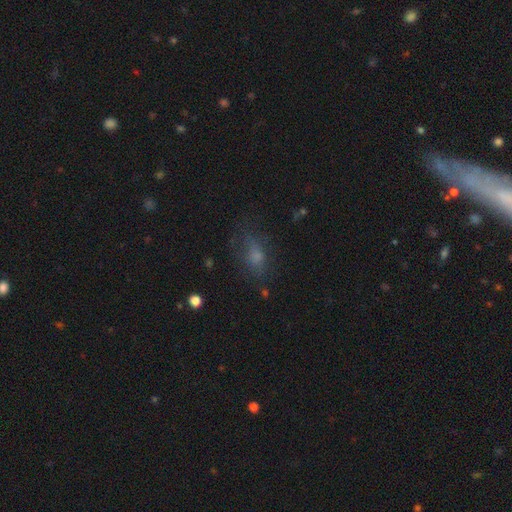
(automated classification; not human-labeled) Smooth or featured?
  - smooth: 57% *
  - star or artifact: 22%
  - featured or disk: 21%
How rounded?
  - in between: 73% *
  - round: 18%
  - cigar-shaped: 9%
Merging?
  - none: 60% *
  - minor disturbance: 22%
  - major disturbance: 16%
  - merger: 2%